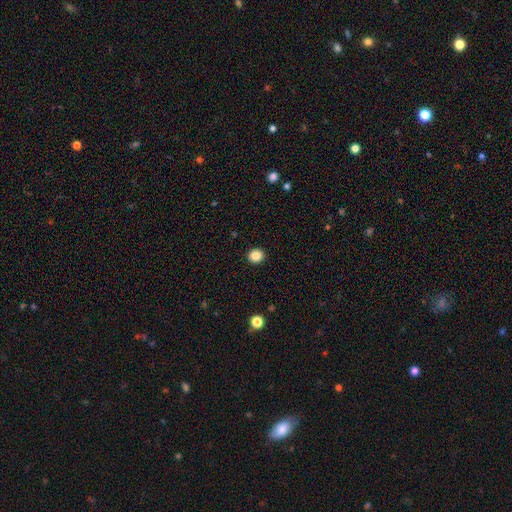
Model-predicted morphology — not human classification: Smooth or featured? Predicted: smooth (p=0.86). How rounded? Predicted: round (p=0.86). Merging? Predicted: none (p=0.93).